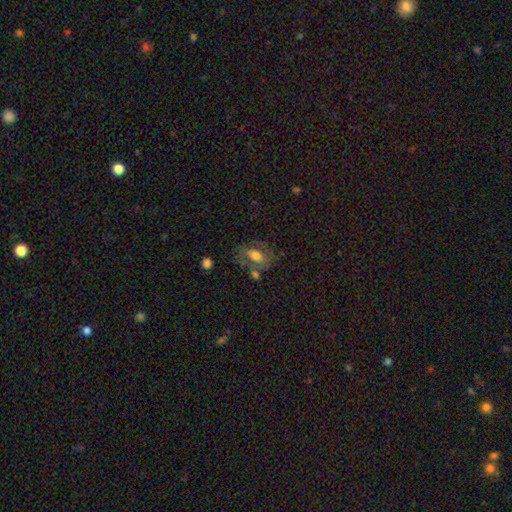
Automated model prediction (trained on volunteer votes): Smooth or featured? featured or disk (46%)
Merging? none (55%)